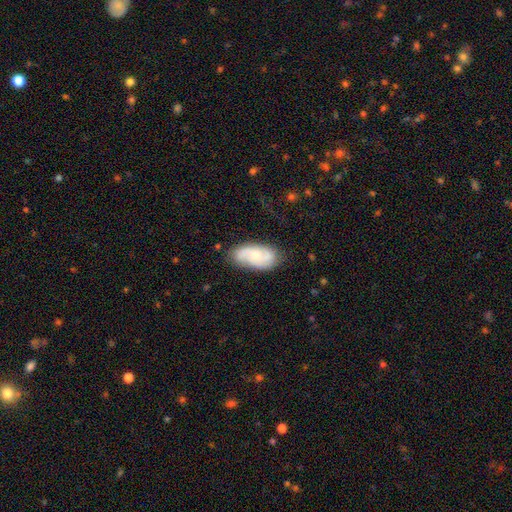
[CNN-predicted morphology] Smooth or featured?
  - featured or disk: 56% *
  - smooth: 37%
  - star or artifact: 7%
Edge-on disk?
  - no: 95% *
  - yes: 5%
Bar?
  - no: 68% *
  - weak: 28%
  - strong: 5%
Spiral arms?
  - yes: 91% *
  - no: 9%
Bulge size?
  - small: 54% *
  - moderate: 30%
  - none: 11%
  - large: 3%
  - dominant: 1%
Merging?
  - none: 72% *
  - minor disturbance: 20%
  - major disturbance: 6%
  - merger: 2%